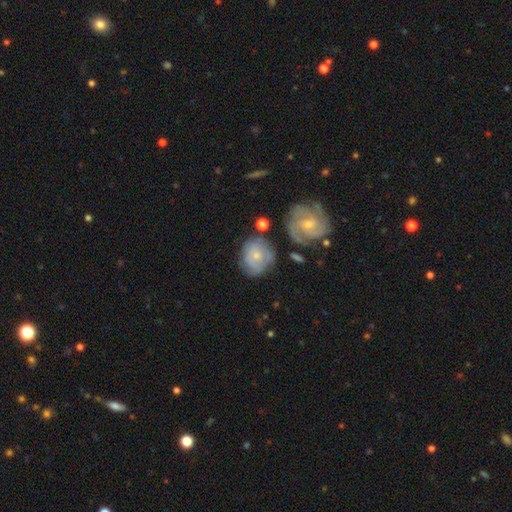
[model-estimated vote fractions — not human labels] This is possibly a featured or disk galaxy (48%). Merging: possibly none (57%).